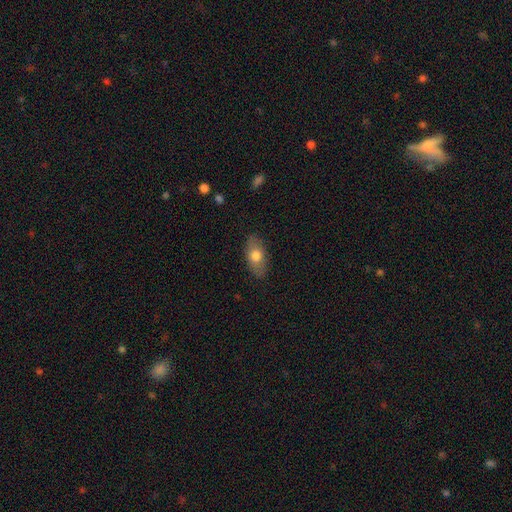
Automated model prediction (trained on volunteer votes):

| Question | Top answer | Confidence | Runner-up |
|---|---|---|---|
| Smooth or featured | smooth | 73% | featured or disk (21%) |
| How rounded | in between | 88% | cigar-shaped (6%) |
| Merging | none | 84% | minor disturbance (12%) |